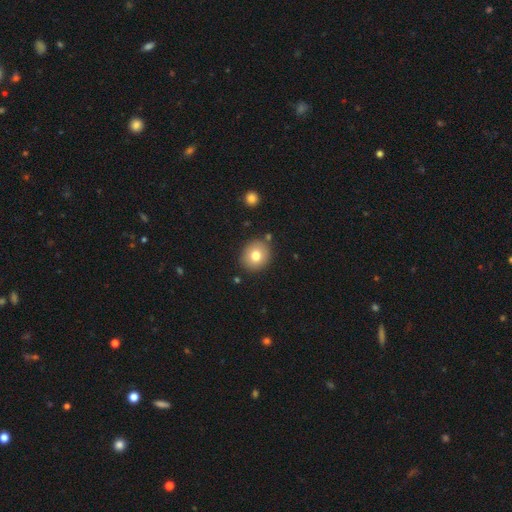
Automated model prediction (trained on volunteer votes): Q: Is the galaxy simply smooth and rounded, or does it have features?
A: smooth — 76%.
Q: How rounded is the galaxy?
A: round — 76%.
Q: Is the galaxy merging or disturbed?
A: none — 86%.